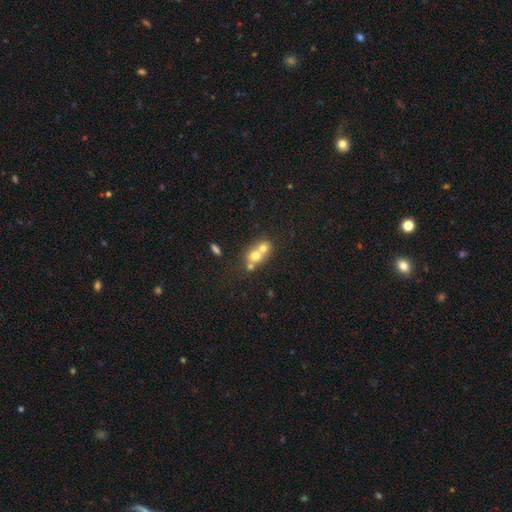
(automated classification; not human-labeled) A smooth galaxy with no disk features (65%) that is round (70%). Merging: merger (67%).